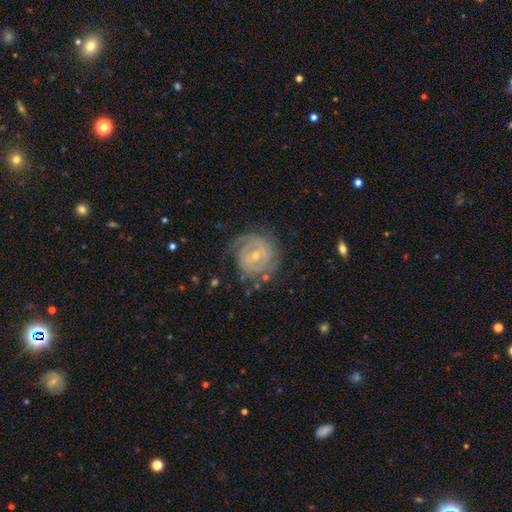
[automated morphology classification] Smooth or featured?
  - featured or disk: 85% *
  - smooth: 10%
  - star or artifact: 6%
Edge-on disk?
  - no: 97% *
  - yes: 3%
Bar?
  - no: 53% *
  - weak: 38%
  - strong: 9%
Spiral arms?
  - yes: 95% *
  - no: 5%
Spiral winding?
  - tight: 74% *
  - medium: 21%
  - loose: 5%
Spiral arm count?
  - 2: 42% *
  - can't tell: 27%
  - 3: 16%
  - 1: 7%
  - 4: 5%
  - more than 4: 4%
Bulge size?
  - small: 62% *
  - moderate: 35%
  - none: 1%
  - large: 1%
  - dominant: 1%
Merging?
  - none: 73% *
  - minor disturbance: 17%
  - major disturbance: 8%
  - merger: 2%